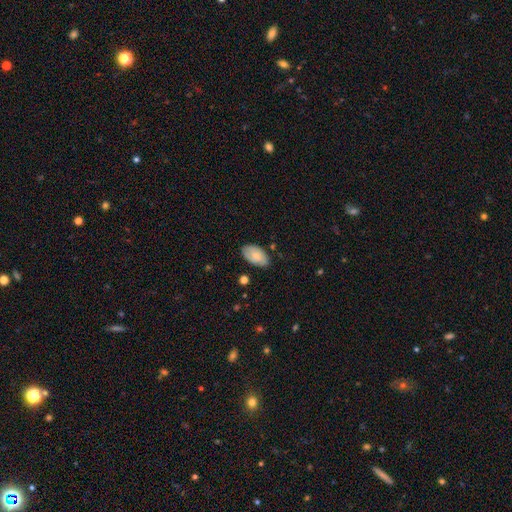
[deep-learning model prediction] Smooth or featured?
  - smooth: 72% *
  - featured or disk: 21%
  - star or artifact: 7%
How rounded?
  - in between: 94% *
  - round: 4%
  - cigar-shaped: 1%
Merging?
  - none: 79% *
  - minor disturbance: 17%
  - major disturbance: 3%
  - merger: 2%